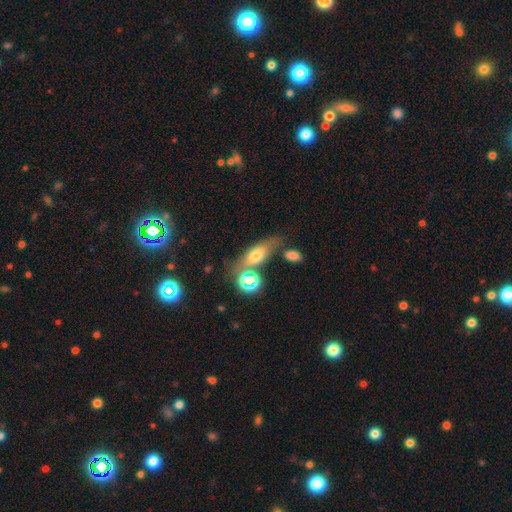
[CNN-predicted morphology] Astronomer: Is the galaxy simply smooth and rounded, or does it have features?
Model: smooth — 60%.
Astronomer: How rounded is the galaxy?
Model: in between — 67%.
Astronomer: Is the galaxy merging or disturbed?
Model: none — 56%.